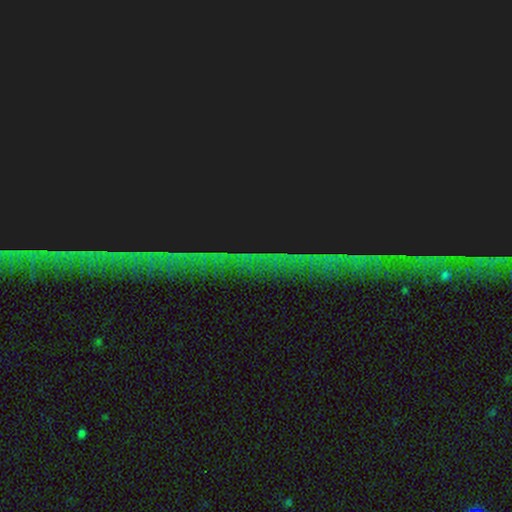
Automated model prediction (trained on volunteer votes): Overall: star or artifact (88%).